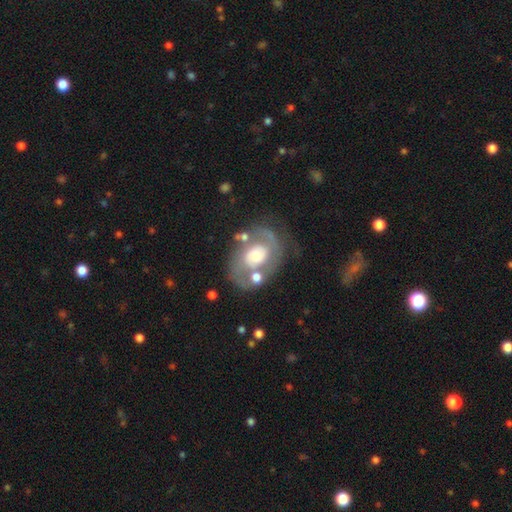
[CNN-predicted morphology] This appears to be a featured or disk galaxy (73%) with no bar (75%), spiral arms (64%) and a moderate central bulge (62%). Merging: none (58%).